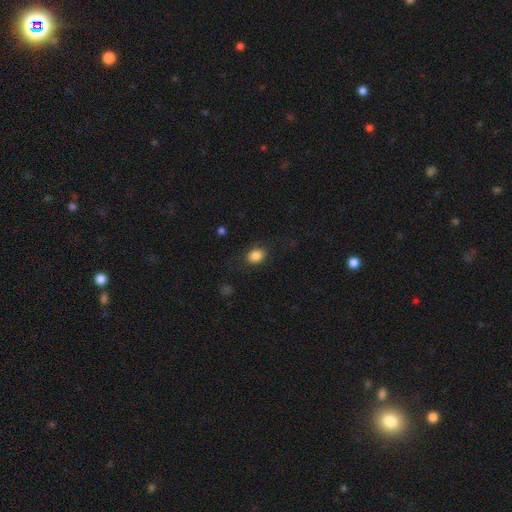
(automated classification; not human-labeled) Smooth or featured: smooth — 85% (star or artifact — 10%)
How rounded: in between — 59% (round — 40%)
Merging: none — 83% (minor disturbance — 12%)